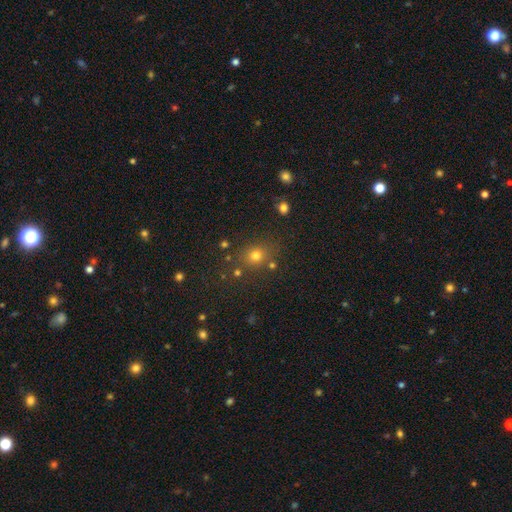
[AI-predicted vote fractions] smooth_or_featured: smooth (p=0.71) [alt: star or artifact p=0.20]
how_rounded: round (p=0.71) [alt: in between p=0.28]
merging: none (p=0.77) [alt: minor disturbance p=0.12]